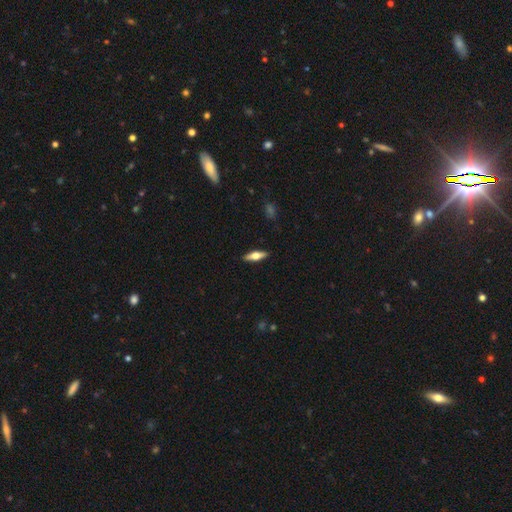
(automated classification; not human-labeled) Smooth or featured? Predicted: featured or disk (p=0.51). Edge-on disk? Predicted: yes (p=0.93). Merging? Predicted: none (p=0.90).